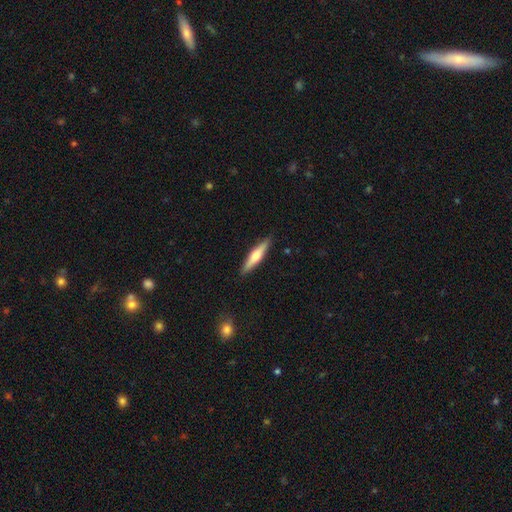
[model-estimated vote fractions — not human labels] Smooth or featured? featured or disk (48%)
Merging? none (90%)